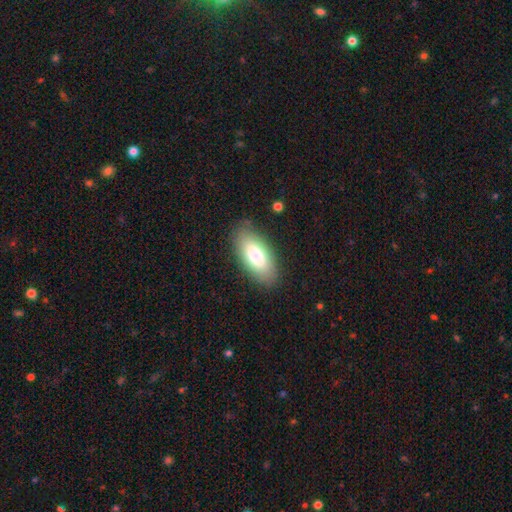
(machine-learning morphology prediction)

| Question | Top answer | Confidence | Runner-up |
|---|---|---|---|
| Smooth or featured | smooth | 80% | featured or disk (13%) |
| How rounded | in between | 90% | cigar-shaped (8%) |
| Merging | none | 83% | minor disturbance (12%) |